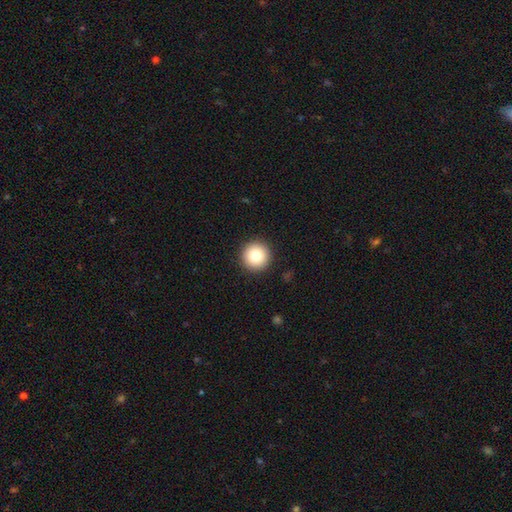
Smooth or featured: smooth — 82% (featured or disk — 13%)
How rounded: round — 100%
Merging: none — 94% (minor disturbance — 3%)